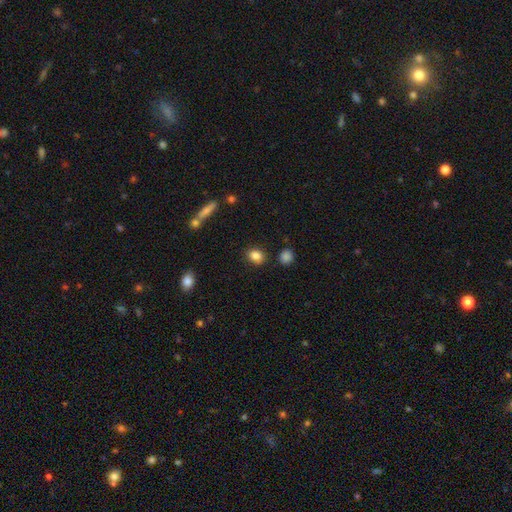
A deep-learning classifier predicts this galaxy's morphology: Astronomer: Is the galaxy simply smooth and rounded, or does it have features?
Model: smooth — 85%.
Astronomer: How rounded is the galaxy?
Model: in between — 55% (runner-up: round, 43%).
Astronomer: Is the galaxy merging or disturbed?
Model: none — 86%.